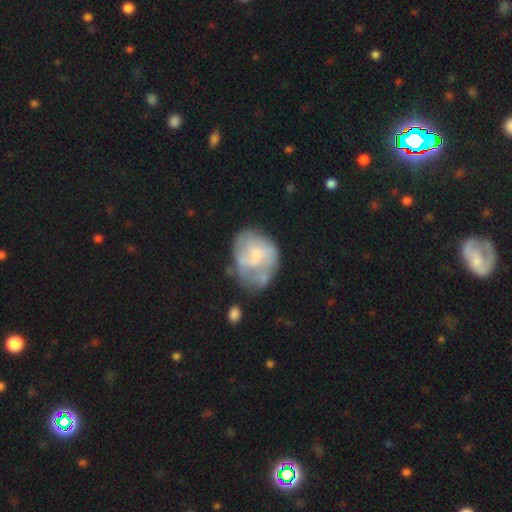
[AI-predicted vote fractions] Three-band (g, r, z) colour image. It shows a featured or disk galaxy (52%) with no bar (60%), spiral arms (51%) and a small central bulge (37%). Merging: none (40%).